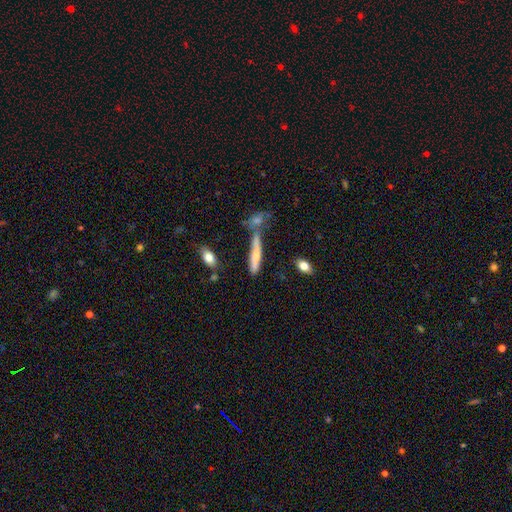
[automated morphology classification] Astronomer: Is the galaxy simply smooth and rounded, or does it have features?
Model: smooth — 58% (runner-up: featured or disk, 35%).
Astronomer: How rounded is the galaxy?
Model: cigar-shaped — 87%.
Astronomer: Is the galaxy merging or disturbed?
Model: none — 59%.